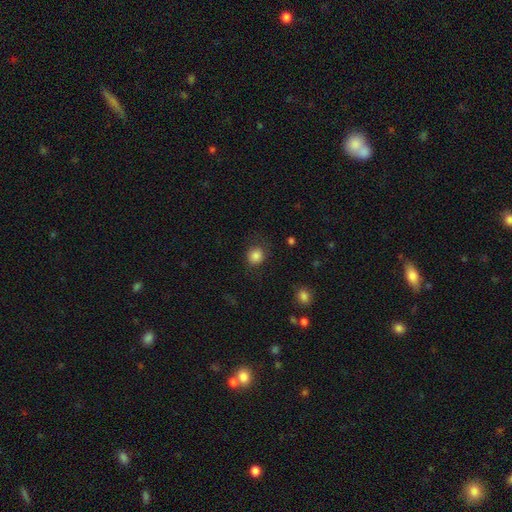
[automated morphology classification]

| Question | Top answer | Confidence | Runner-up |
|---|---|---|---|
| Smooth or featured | smooth | 84% | star or artifact (10%) |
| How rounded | round | 82% | in between (17%) |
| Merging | none | 79% | minor disturbance (13%) |